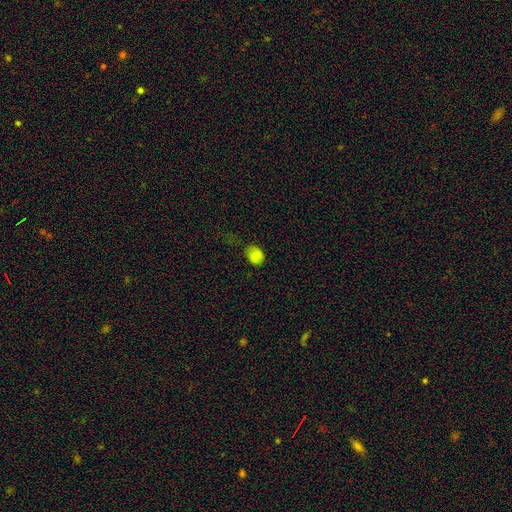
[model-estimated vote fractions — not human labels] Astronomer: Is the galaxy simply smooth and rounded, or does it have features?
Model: smooth — 74%.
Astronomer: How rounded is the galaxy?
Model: in between — 56% (runner-up: round, 43%).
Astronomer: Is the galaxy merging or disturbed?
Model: none — 63%.